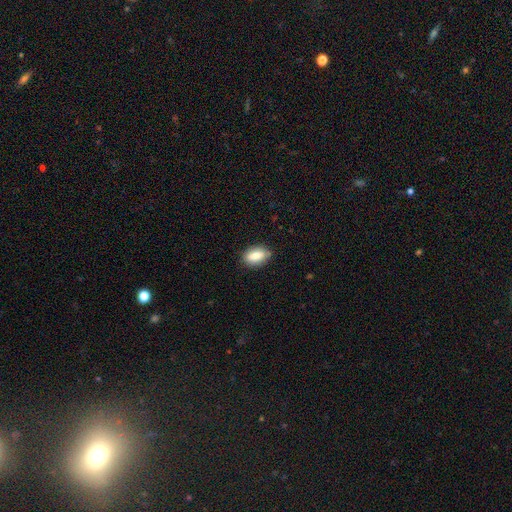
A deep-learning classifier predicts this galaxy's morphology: Smooth or featured? smooth (83%)
How rounded? in between (89%)
Merging? none (81%)